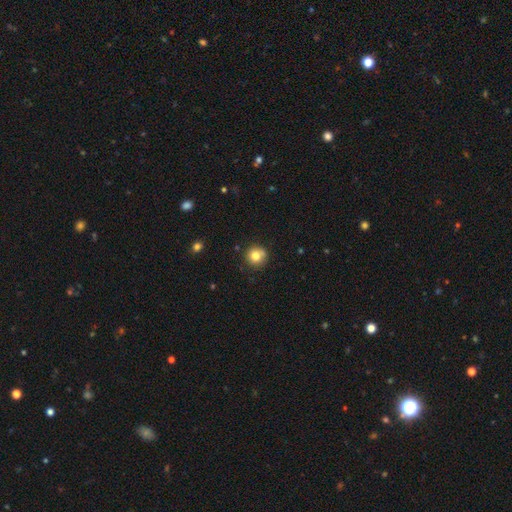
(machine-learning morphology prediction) type=smooth (79%); roundness=round (92%); merging=none (76%).